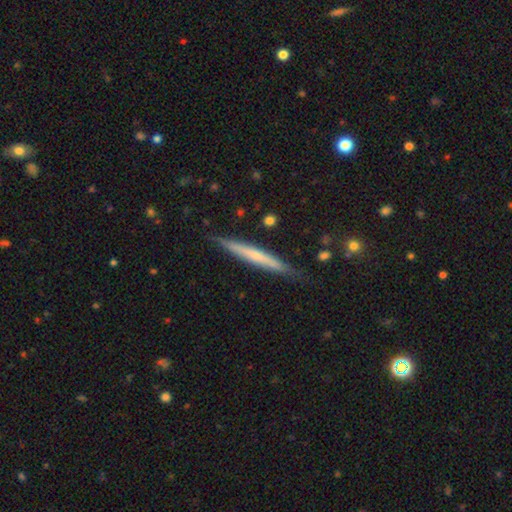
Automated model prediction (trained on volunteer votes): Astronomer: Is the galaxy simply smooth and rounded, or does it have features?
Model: featured or disk — 49% (runner-up: smooth, 45%).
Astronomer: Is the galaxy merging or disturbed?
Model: none — 85%.